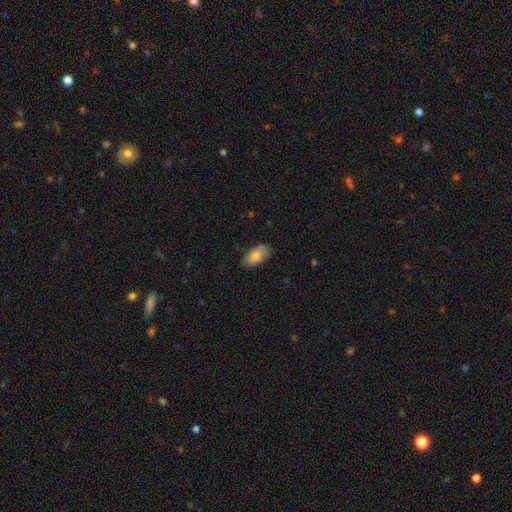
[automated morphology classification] type=smooth (80%); roundness=in between (92%); merging=none (78%).